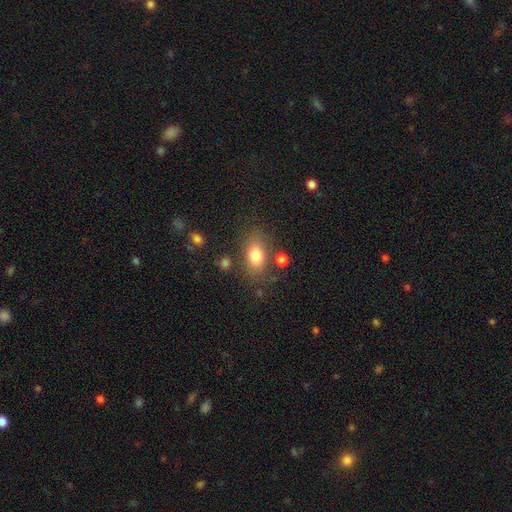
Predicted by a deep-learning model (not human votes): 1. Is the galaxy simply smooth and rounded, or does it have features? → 80% smooth, 11% featured or disk, 9% star or artifact.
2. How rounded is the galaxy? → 84% in between, 12% round, 3% cigar-shaped.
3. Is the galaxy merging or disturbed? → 74% none, 15% minor disturbance, 6% merger, 6% major disturbance.